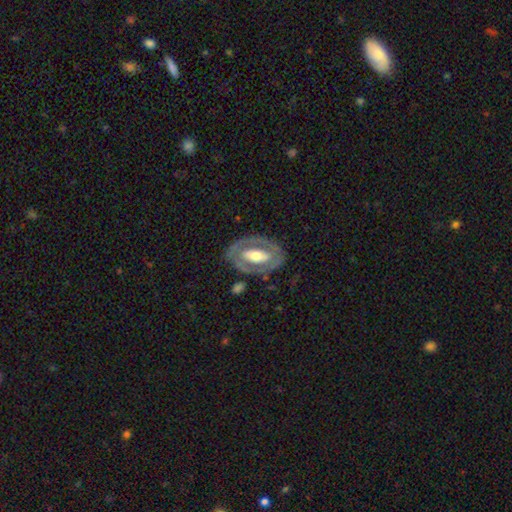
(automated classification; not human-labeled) A featured or disk galaxy (69%) with no bar (42%), no spiral arms (67%) and a moderate central bulge (59%).

Vote fractions:
- Smooth or featured? featured or disk: 69% / smooth: 26% / star or artifact: 5%
- Edge-on disk? no: 92% / yes: 8%
- Bar? no: 42% / strong: 33% / weak: 26%
- Spiral arms? no: 67% / yes: 33%
- Bulge size? moderate: 59% / large: 21% / small: 17% / dominant: 2% / none: 1%
- Merging? none: 73% / minor disturbance: 16% / major disturbance: 9% / merger: 2%